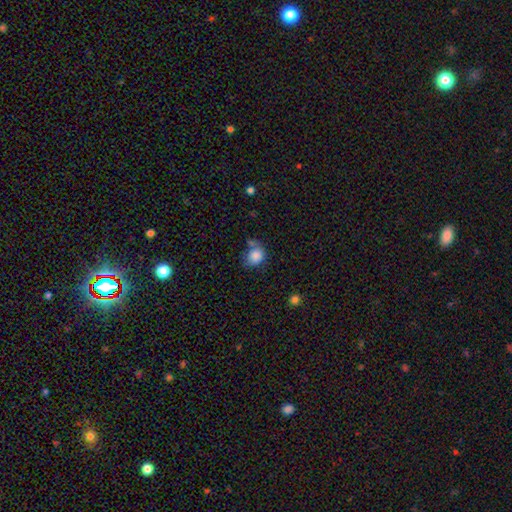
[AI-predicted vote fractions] smooth 84%, star or artifact 9%, featured or disk 7%. Down the decision tree: how rounded — round (60%); merging — none (47%).